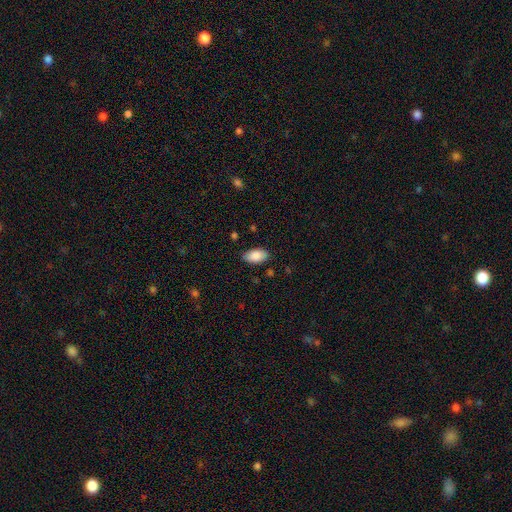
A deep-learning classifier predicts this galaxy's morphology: Overall: smooth (88%). How rounded: in between (95%). Merging: none (85%).